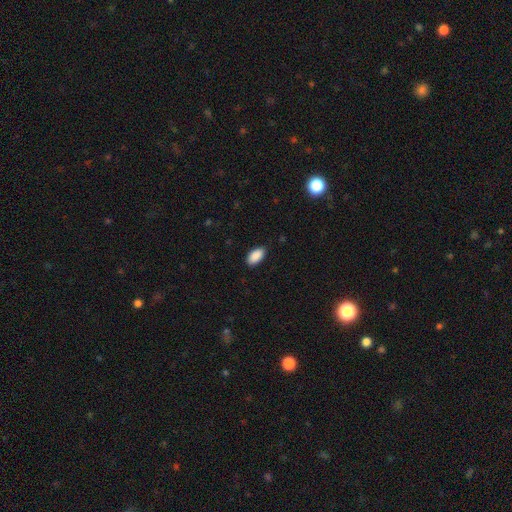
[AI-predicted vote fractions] smooth_or_featured: smooth (p=0.90) [alt: star or artifact p=0.07]
how_rounded: in between (p=0.94) [alt: cigar-shaped p=0.03]
merging: none (p=0.86) [alt: minor disturbance p=0.11]